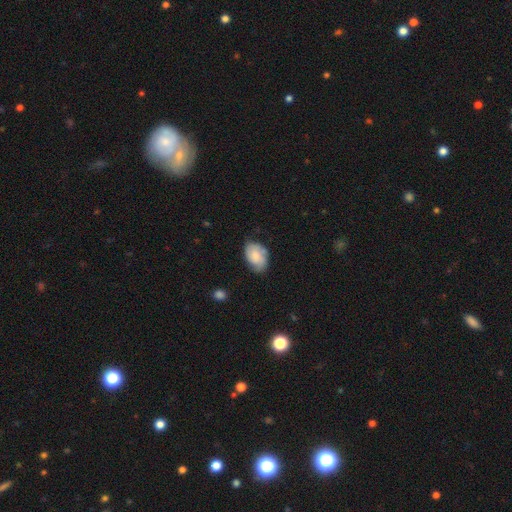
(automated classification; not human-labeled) smooth-or-featured: smooth: 63% | featured or disk: 29% | star or artifact: 7%
  how-rounded: in between: 84% | round: 15% | cigar-shaped: 1%
  merging: none: 64% | minor disturbance: 27% | major disturbance: 7% | merger: 2%